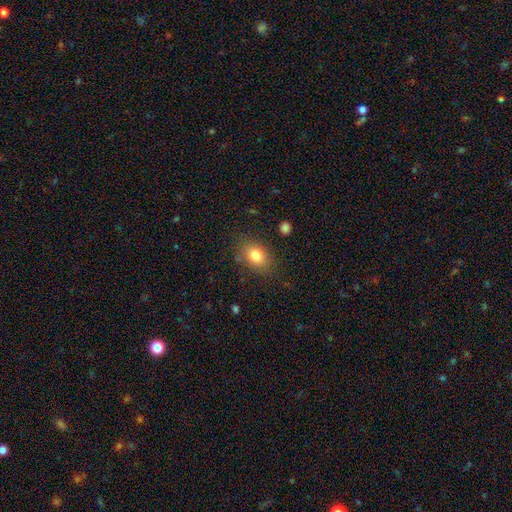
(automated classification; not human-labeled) smooth_or_featured: smooth (p=0.80) [alt: featured or disk p=0.10]
how_rounded: in between (p=0.72) [alt: round p=0.27]
merging: none (p=0.81) [alt: minor disturbance p=0.13]